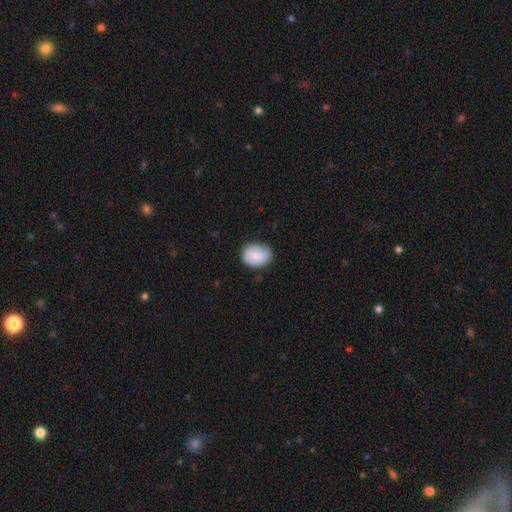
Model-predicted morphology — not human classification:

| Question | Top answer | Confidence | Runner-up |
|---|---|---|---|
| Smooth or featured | smooth | 86% | featured or disk (7%) |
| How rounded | in between | 57% | round (42%) |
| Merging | none | 75% | minor disturbance (20%) |